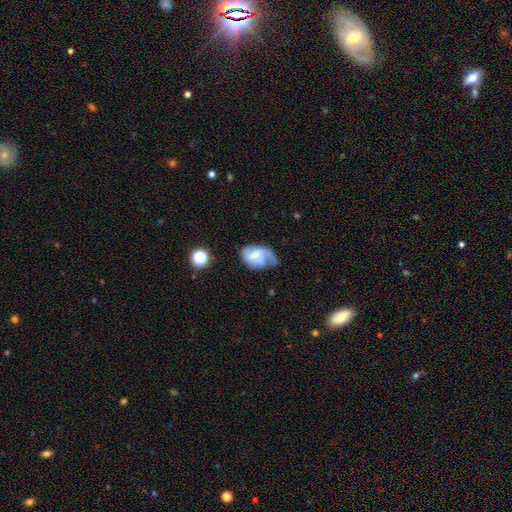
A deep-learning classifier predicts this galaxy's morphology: smooth_or_featured: featured or disk (p=0.61) [alt: smooth p=0.30]
disk_edge_on: no (p=0.97) [alt: yes p=0.03]
bar: weak (p=0.45) [alt: no p=0.44]
has_spiral_arms: yes (p=0.85) [alt: no p=0.15]
spiral_winding: medium (p=0.42) [alt: loose p=0.36]
spiral_arm_count: 2 (p=0.39) [alt: 1 p=0.21]
bulge_size: moderate (p=0.38) [alt: small p=0.37]
merging: none (p=0.36) [alt: minor disturbance p=0.33]